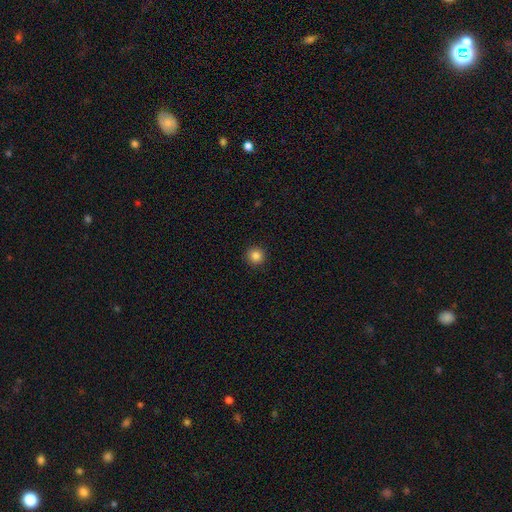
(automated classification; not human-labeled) smooth 86%, star or artifact 11%, featured or disk 3%. Down the decision tree: how rounded — round (95%); merging — none (92%).